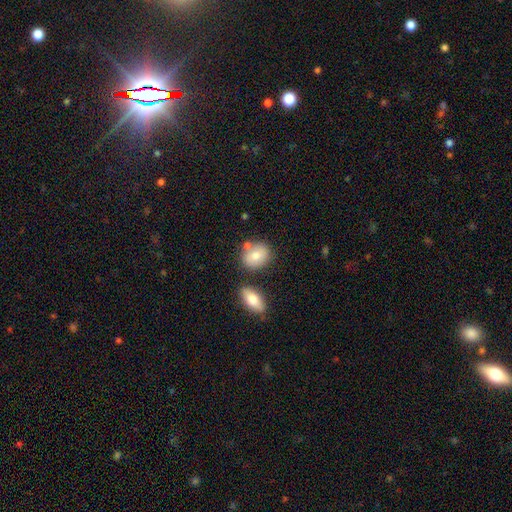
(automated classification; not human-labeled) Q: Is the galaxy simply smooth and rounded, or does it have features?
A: smooth — 78%.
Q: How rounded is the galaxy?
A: round — 54%.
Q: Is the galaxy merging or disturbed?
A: none — 68%.